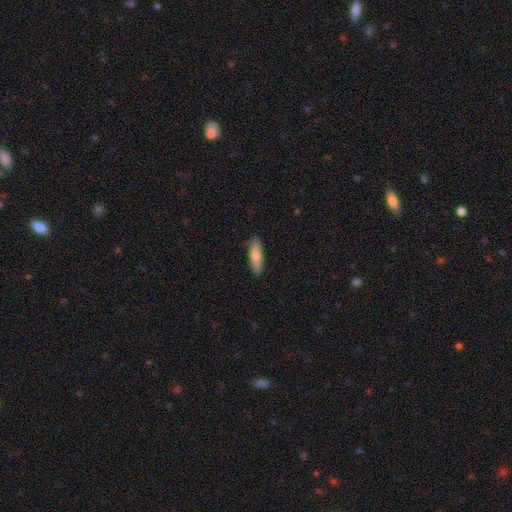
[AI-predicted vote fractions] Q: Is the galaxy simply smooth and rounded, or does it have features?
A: smooth — 78%.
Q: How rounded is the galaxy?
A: cigar-shaped — 57%.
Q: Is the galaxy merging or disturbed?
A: none — 87%.